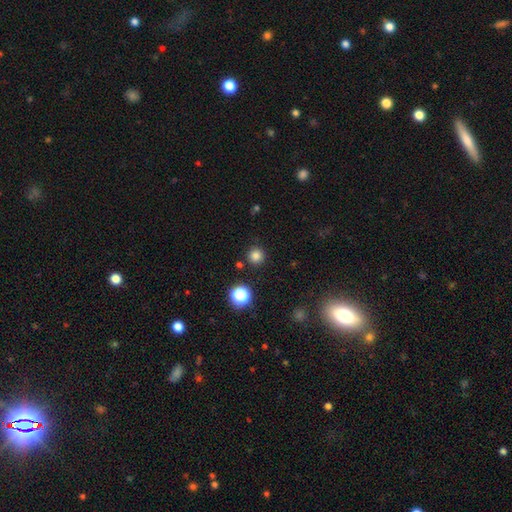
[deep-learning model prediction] Smooth or featured: smooth — 80% (star or artifact — 16%)
How rounded: round — 95% (in between — 4%)
Merging: none — 89% (minor disturbance — 6%)